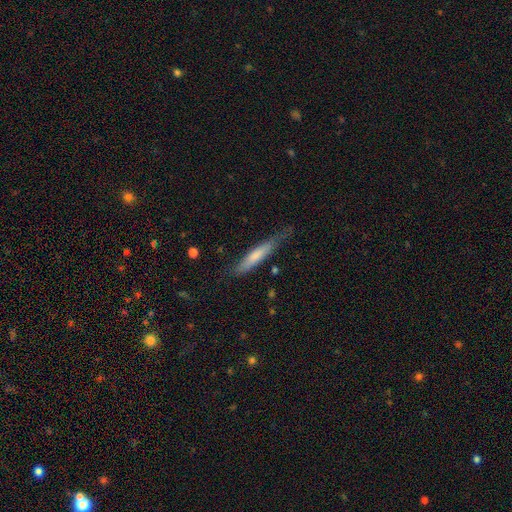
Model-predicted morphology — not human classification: Smooth or featured? smooth (62%)
How rounded? cigar-shaped (88%)
Merging? none (63%)